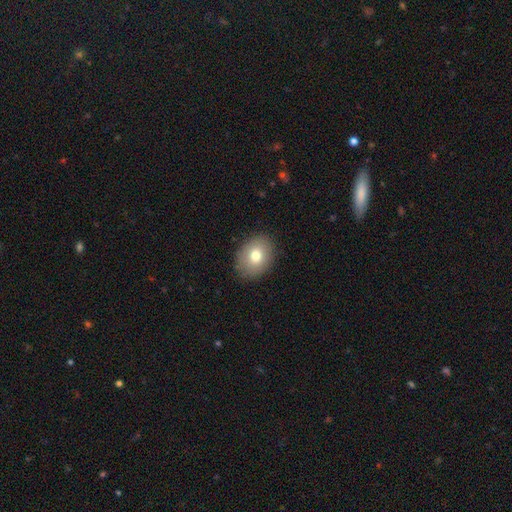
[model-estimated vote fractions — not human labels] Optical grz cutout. It shows a smooth galaxy with no disk features (77%) that is in between round and cigar-shaped (59%). Merging: none (86%).